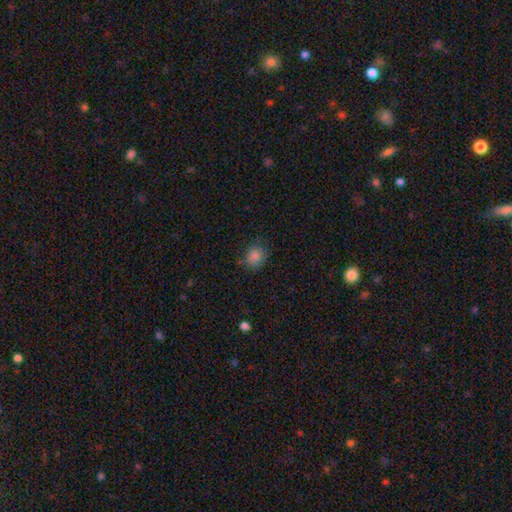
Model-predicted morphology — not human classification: smooth_or_featured: smooth (p=0.83) [alt: star or artifact p=0.11]
how_rounded: round (p=0.64) [alt: in between p=0.35]
merging: none (p=0.76) [alt: minor disturbance p=0.18]